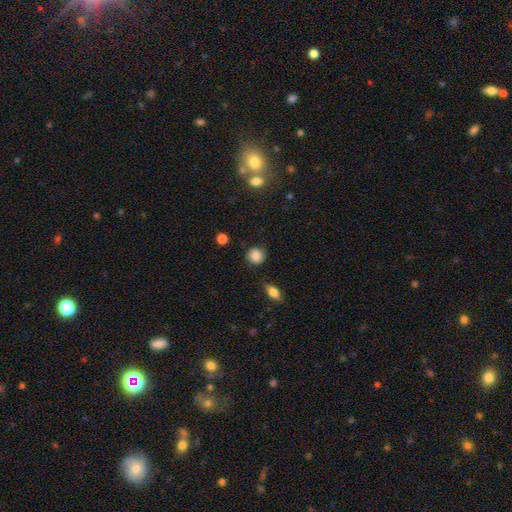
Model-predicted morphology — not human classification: type=smooth (79%); roundness=round (82%); merging=none (77%).